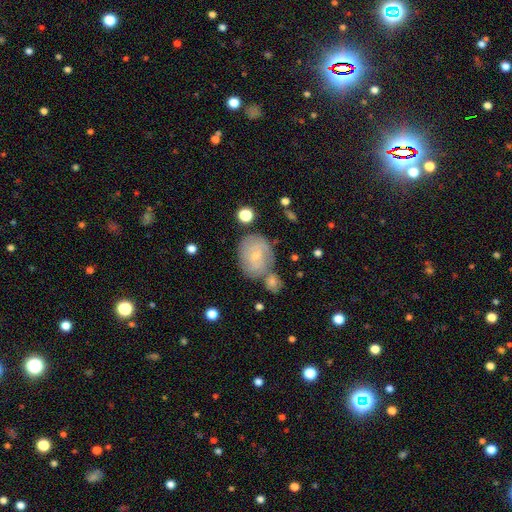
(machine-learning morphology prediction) smooth_or_featured: featured or disk (p=0.63) [alt: smooth p=0.29]
disk_edge_on: no (p=0.96) [alt: yes p=0.04]
bar: no (p=0.57) [alt: weak p=0.37]
has_spiral_arms: yes (p=0.83) [alt: no p=0.17]
bulge_size: small (p=0.73) [alt: moderate p=0.22]
merging: none (p=0.55) [alt: minor disturbance p=0.19]